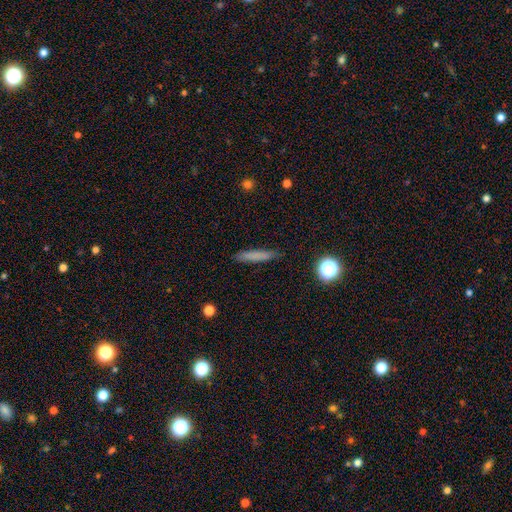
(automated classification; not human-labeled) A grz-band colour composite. It shows a smooth galaxy with no disk features (75%) that is cigar-shaped (91%). Merging: none (86%).